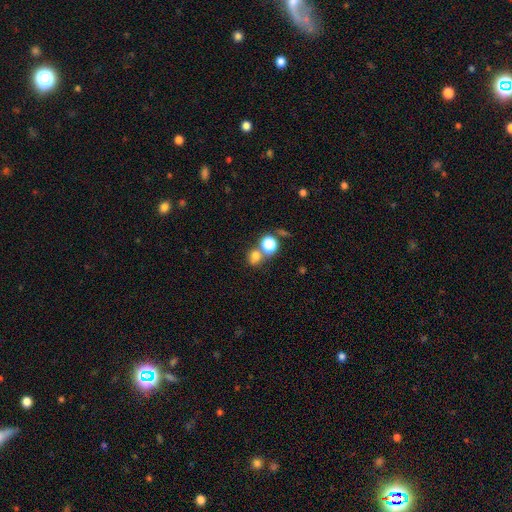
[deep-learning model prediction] smooth-or-featured: smooth: 73% | star or artifact: 18% | featured or disk: 9%
  how-rounded: round: 74% | in between: 25% | cigar-shaped: 1%
  merging: none: 49% | merger: 37% | minor disturbance: 9% | major disturbance: 5%